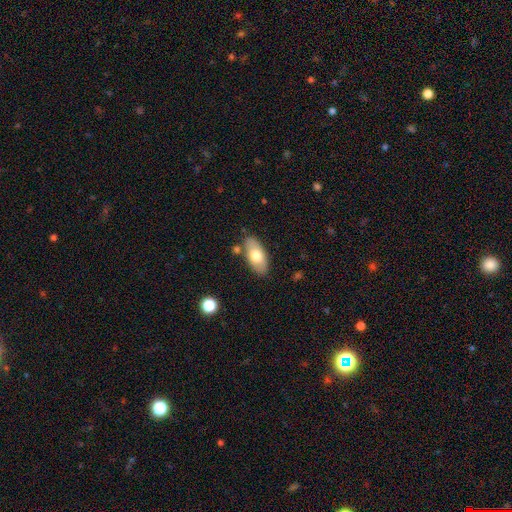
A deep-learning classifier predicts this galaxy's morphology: Smooth or featured: smooth — 70% (featured or disk — 24%)
How rounded: in between — 92% (cigar-shaped — 5%)
Merging: none — 81% (minor disturbance — 12%)